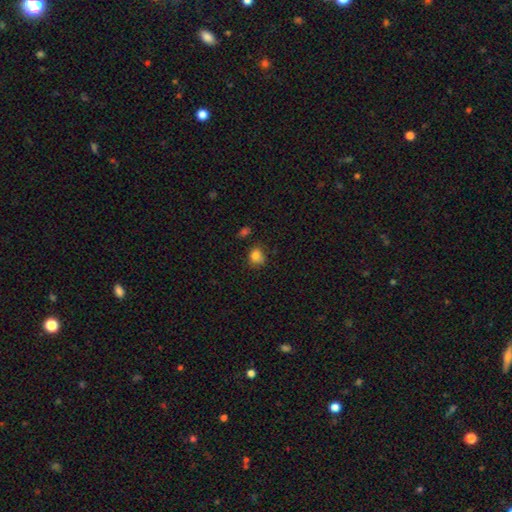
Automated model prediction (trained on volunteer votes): This appears to be a smooth galaxy with no disk features (83%) that is round (68%). Merging: none (71%).